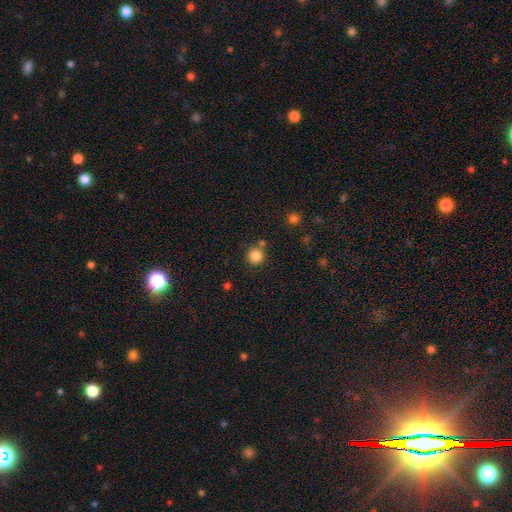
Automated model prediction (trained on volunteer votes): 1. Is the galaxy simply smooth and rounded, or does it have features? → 85% smooth, 12% star or artifact, 4% featured or disk.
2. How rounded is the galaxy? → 93% round, 6% in between, 1% cigar-shaped.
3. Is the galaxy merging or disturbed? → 80% none, 9% merger, 8% minor disturbance, 3% major disturbance.